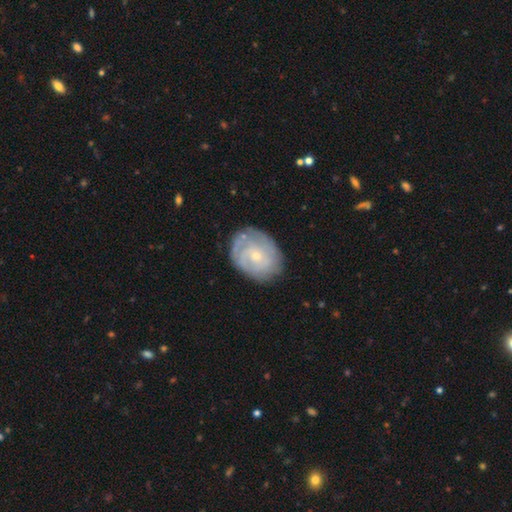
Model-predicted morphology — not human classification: A featured or disk galaxy (65%) with no bar (76%), spiral arms (78%) and a small central bulge (72%).

Vote fractions:
- Smooth or featured? featured or disk: 65% / smooth: 28% / star or artifact: 6%
- Edge-on disk? no: 97% / yes: 3%
- Bar? no: 76% / weak: 21% / strong: 3%
- Spiral arms? yes: 78% / no: 22%
- Bulge size? small: 72% / moderate: 24% / none: 2% / large: 1% / dominant: 1%
- Merging? none: 73% / minor disturbance: 19% / major disturbance: 6% / merger: 2%